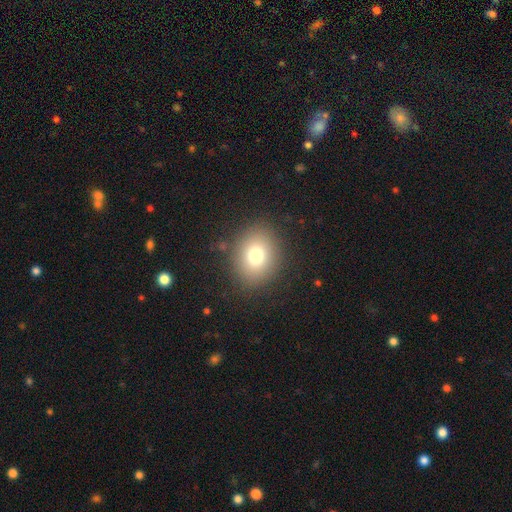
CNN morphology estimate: Smooth or featured? smooth (75%)
How rounded? round (63%)
Merging? none (86%)